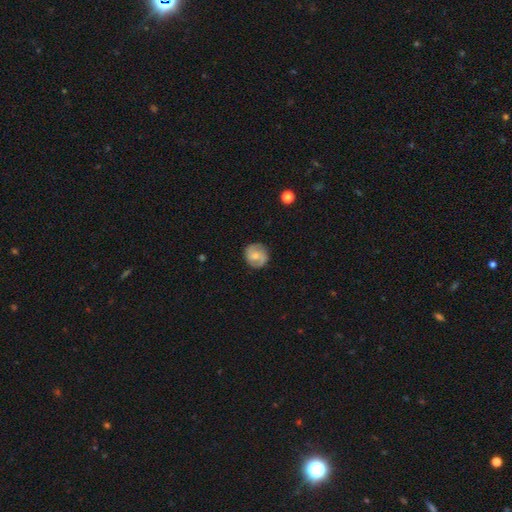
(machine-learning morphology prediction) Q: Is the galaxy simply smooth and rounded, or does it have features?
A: featured or disk — 51%.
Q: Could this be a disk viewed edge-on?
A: no — 97%.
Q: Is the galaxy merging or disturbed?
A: none — 83%.